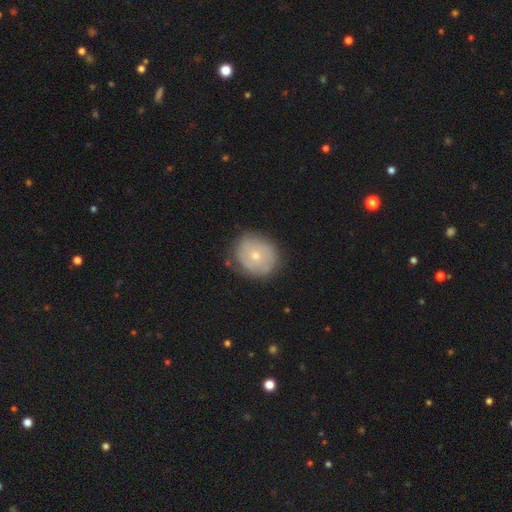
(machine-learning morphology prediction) Smooth or featured? Predicted: smooth (p=0.54). How rounded? Predicted: round (p=0.75). Merging? Predicted: none (p=0.76).